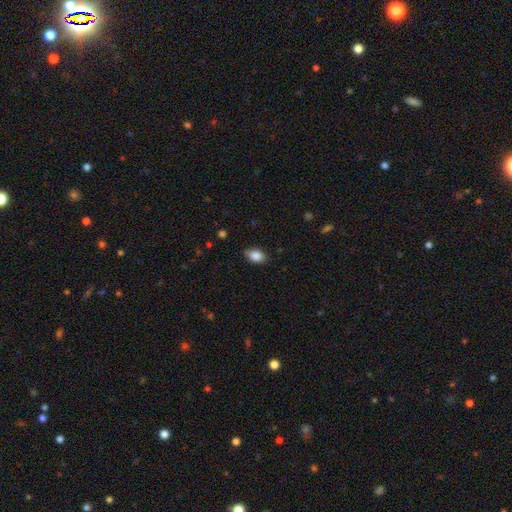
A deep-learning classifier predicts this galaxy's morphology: smooth_or_featured: smooth (p=0.85) [alt: star or artifact p=0.08]
how_rounded: in between (p=0.85) [alt: round p=0.13]
merging: none (p=0.80) [alt: minor disturbance p=0.16]